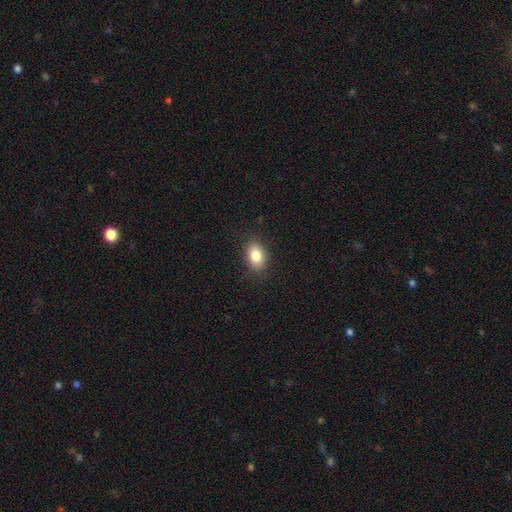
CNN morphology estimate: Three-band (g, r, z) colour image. It shows a smooth galaxy with no disk features (84%) that is in between round and cigar-shaped (82%). Merging: none (87%).